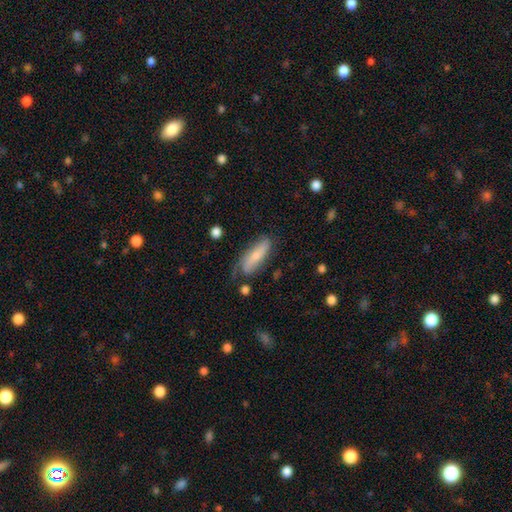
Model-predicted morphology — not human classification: smooth-or-featured: smooth: 59% | featured or disk: 34% | star or artifact: 7%
  how-rounded: in between: 53% | cigar-shaped: 44% | round: 2%
  merging: none: 51% | minor disturbance: 30% | major disturbance: 15% | merger: 3%